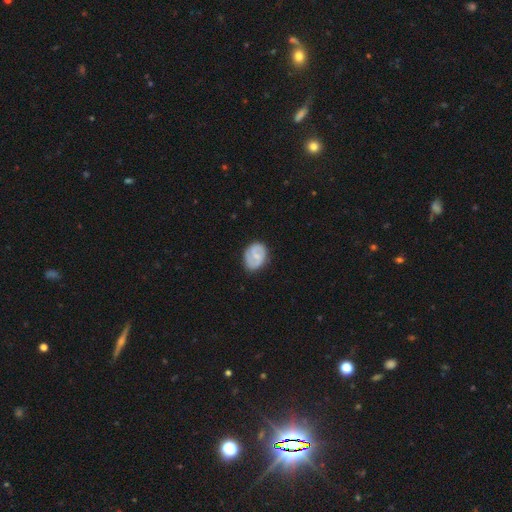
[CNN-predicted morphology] Smooth or featured? featured or disk (54%)
Edge-on disk? no (97%)
Bar? weak (45%)
Spiral arms? yes (78%)
Bulge size? small (56%)
Merging? none (71%)